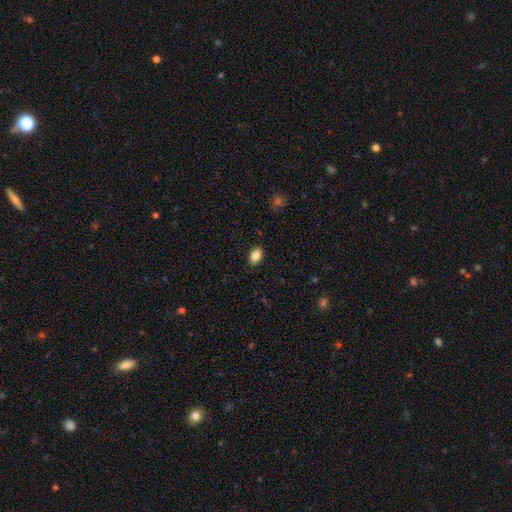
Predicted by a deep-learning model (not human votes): This appears to be a smooth galaxy with no disk features (87%) that is in between round and cigar-shaped (86%). Merging: none (89%).